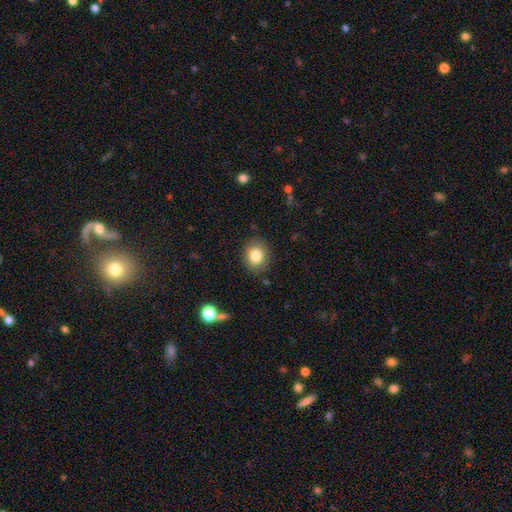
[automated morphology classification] The model was most divided on "how rounded": round: 65%, in between: 34%, cigar-shaped: 1%. More confident: merging — none (85%); smooth or featured — smooth (82%).